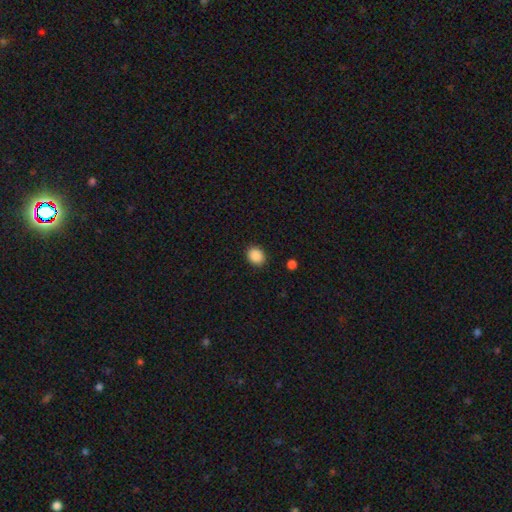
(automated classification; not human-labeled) smooth_or_featured: smooth (p=0.89) [alt: star or artifact p=0.08]
how_rounded: round (p=0.59) [alt: in between p=0.40]
merging: none (p=0.90) [alt: minor disturbance p=0.07]